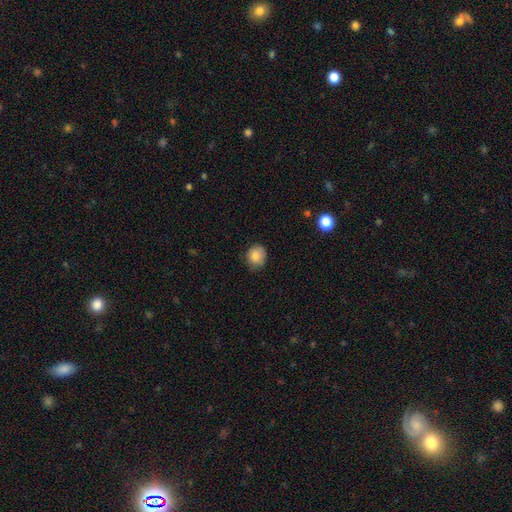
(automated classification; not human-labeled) This appears to be a smooth galaxy with no disk features (84%) that is round (75%). Merging: none (73%).